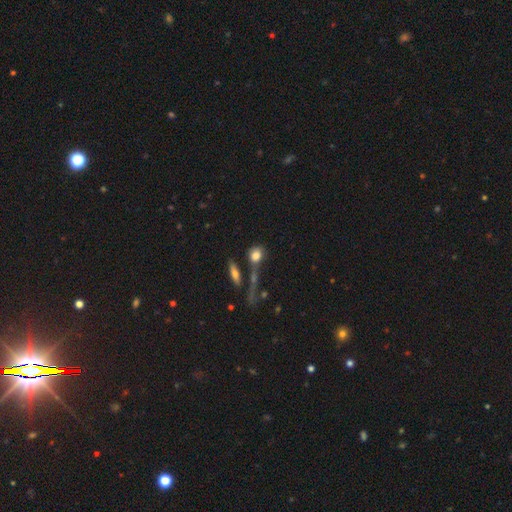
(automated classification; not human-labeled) Smooth or featured? Predicted: smooth (p=0.78). How rounded? Predicted: round (p=0.52). Merging? Predicted: none (p=0.53).